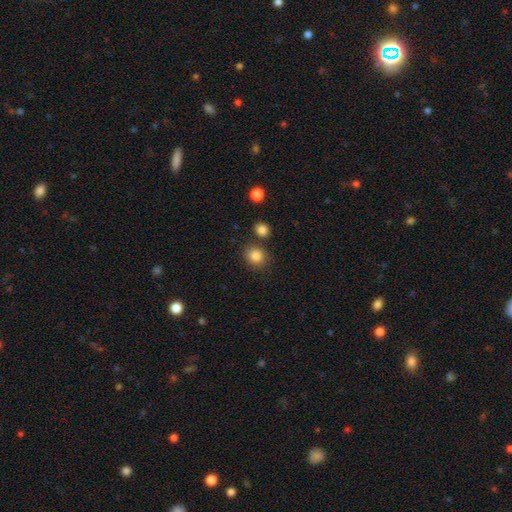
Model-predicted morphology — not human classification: A smooth galaxy with no disk features (85%) that is round (82%). Merging: none (80%).